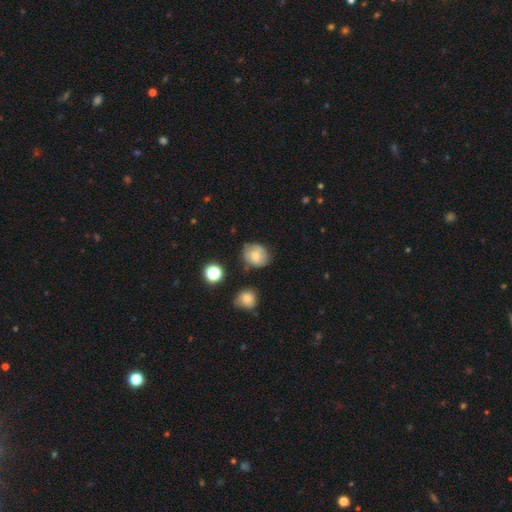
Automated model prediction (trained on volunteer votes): Q: Smooth or featured?
A: smooth (65%); runner-up: featured or disk (24%)
Q: How rounded?
A: round (65%); runner-up: in between (34%)
Q: Merging?
A: none (68%); runner-up: minor disturbance (22%)